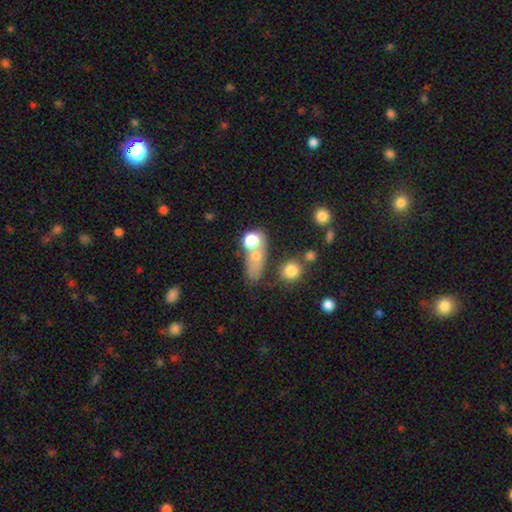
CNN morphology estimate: Smooth or featured?
  - smooth: 64% *
  - featured or disk: 18%
  - star or artifact: 18%
How rounded?
  - in between: 45% *
  - round: 42%
  - cigar-shaped: 13%
Merging?
  - none: 41% *
  - merger: 35%
  - minor disturbance: 13%
  - major disturbance: 10%